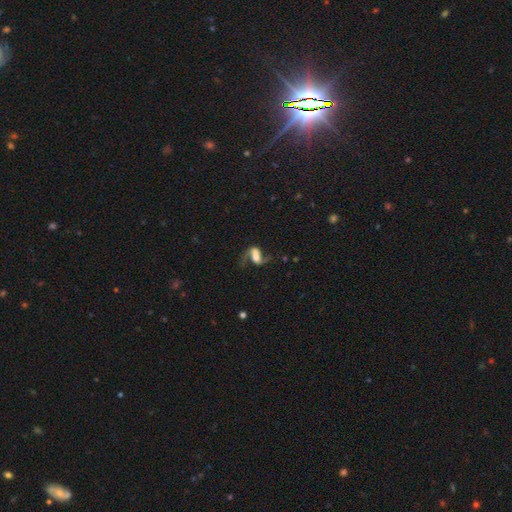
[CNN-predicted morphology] Smooth or featured: featured or disk — 70% (smooth — 20%)
Edge-on disk: no — 94% (yes — 6%)
Bar: strong — 37% (weak — 35%)
Spiral arms: yes — 88% (no — 12%)
Spiral winding: loose — 74% (medium — 21%)
Spiral arm count: 2 — 84% (1 — 10%)
Bulge size: large — 28% (tied with moderate — 28%)
Merging: none — 52% (major disturbance — 26%)